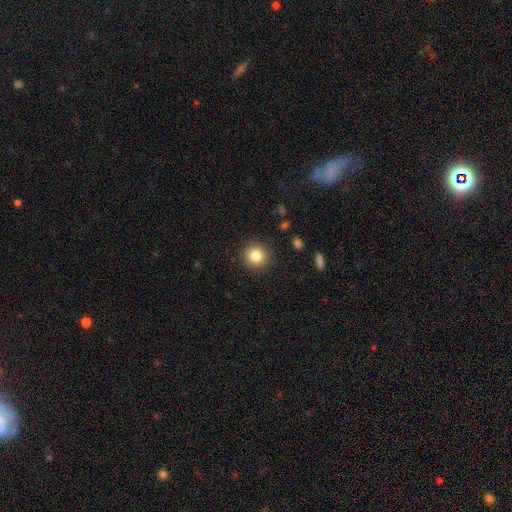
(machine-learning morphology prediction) Overall: smooth (83%). How rounded: round (92%). Merging: none (90%).